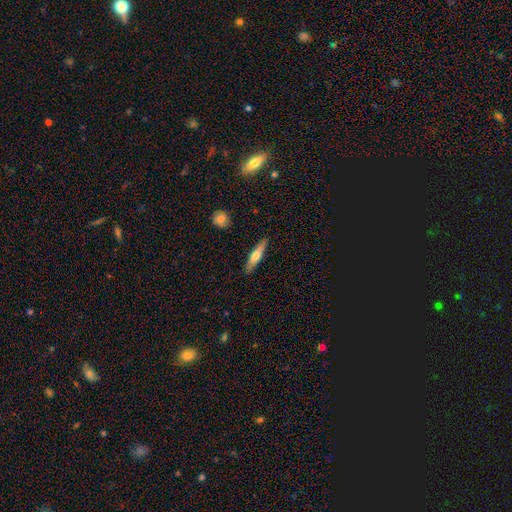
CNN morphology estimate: smooth 56%, featured or disk 39%, star or artifact 6%. Down the decision tree: how rounded — cigar-shaped (83%); merging — none (89%).